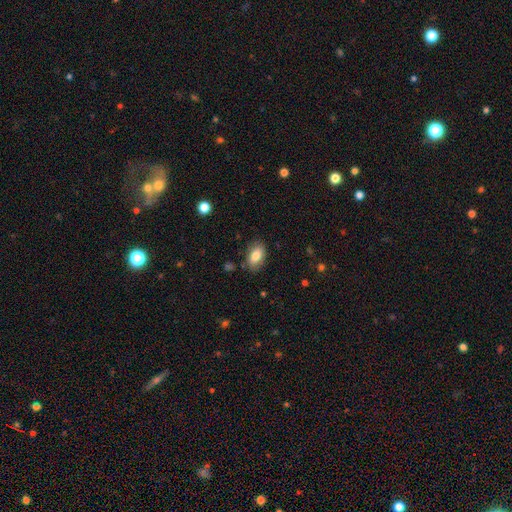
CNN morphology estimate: A smooth galaxy with no disk features (82%) that is in between round and cigar-shaped (91%). Merging: none (81%).